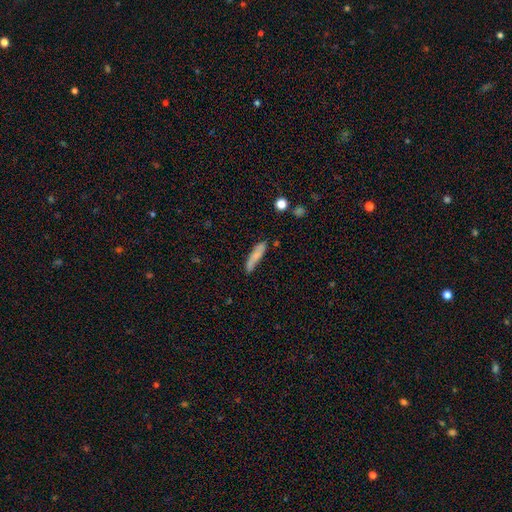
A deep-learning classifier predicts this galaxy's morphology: smooth-or-featured: smooth: 71% | featured or disk: 21% | star or artifact: 7%
  how-rounded: cigar-shaped: 81% | in between: 17% | round: 2%
  merging: none: 66% | minor disturbance: 23% | major disturbance: 6% | merger: 5%